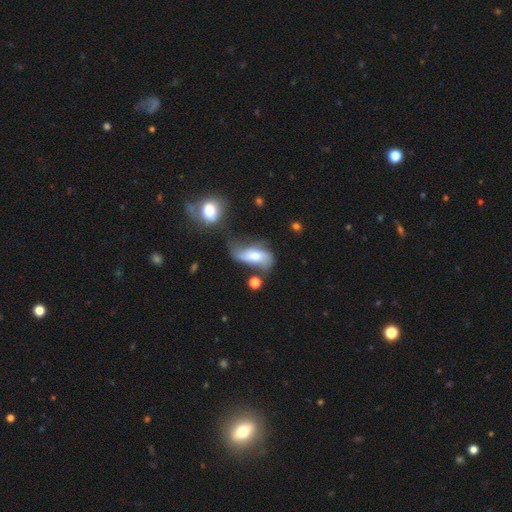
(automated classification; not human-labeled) smooth-or-featured: featured or disk: 50% | smooth: 41% | star or artifact: 9%
  merging: none: 29% | major disturbance: 27% | minor disturbance: 24% | merger: 20%